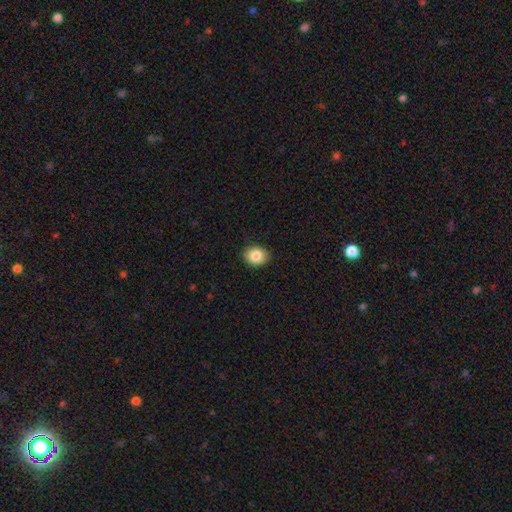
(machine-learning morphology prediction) A smooth galaxy with no disk features (85%) that is round (53%).

Vote fractions:
- Smooth or featured? smooth: 85% / star or artifact: 9% / featured or disk: 6%
- How rounded? round: 53% / in between: 46% / cigar-shaped: 1%
- Merging? none: 88% / minor disturbance: 9% / major disturbance: 2% / merger: 1%